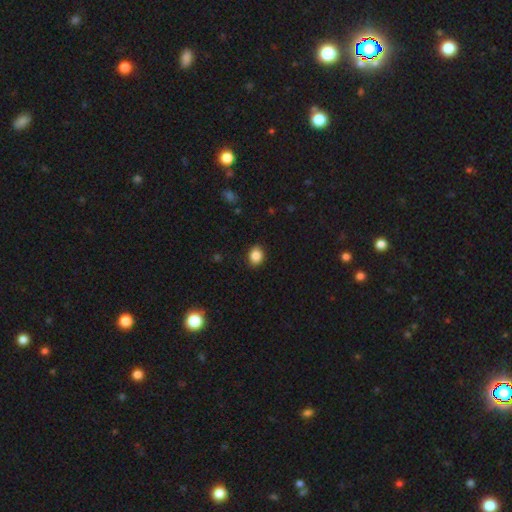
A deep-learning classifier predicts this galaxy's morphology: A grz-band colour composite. It shows a smooth galaxy with no disk features (86%) that is in between round and cigar-shaped (50%). Merging: none (88%).